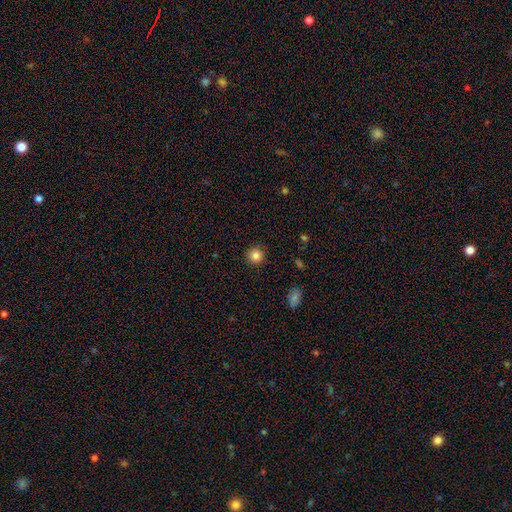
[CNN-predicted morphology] Overall: smooth (84%). How rounded: round (94%). Merging: none (91%).